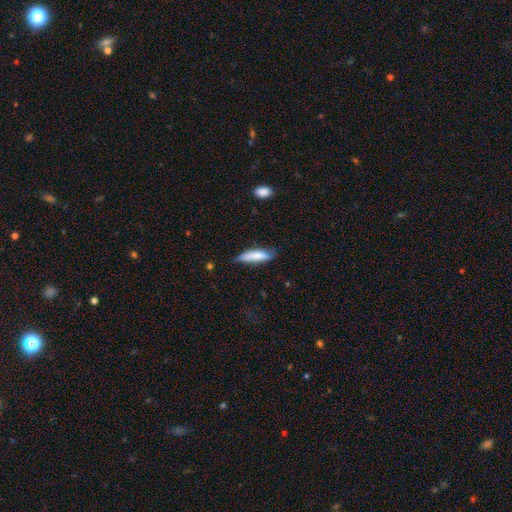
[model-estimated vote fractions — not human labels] smooth-or-featured: smooth: 76% | featured or disk: 17% | star or artifact: 6%
  how-rounded: cigar-shaped: 63% | in between: 35% | round: 2%
  merging: none: 57% | minor disturbance: 33% | major disturbance: 8% | merger: 2%